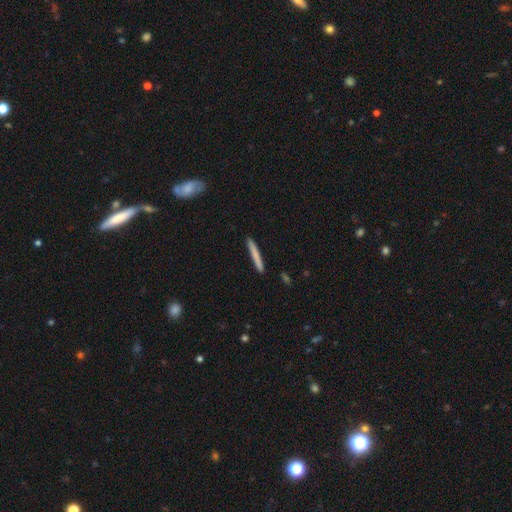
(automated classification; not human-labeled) smooth-or-featured: smooth: 75% | featured or disk: 20% | star or artifact: 5%
  how-rounded: cigar-shaped: 97% | in between: 2% | round: 1%
  merging: none: 91% | minor disturbance: 6% | merger: 1% | major disturbance: 1%